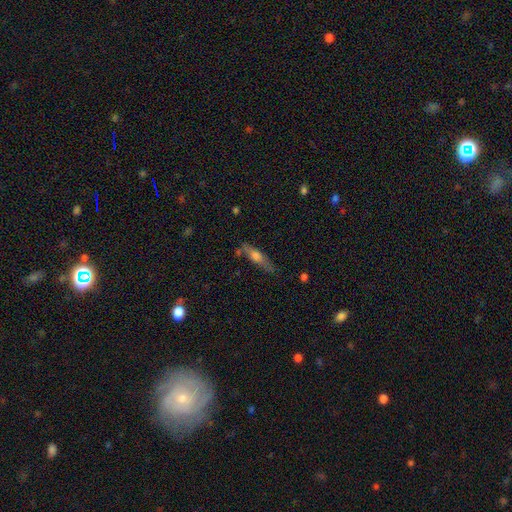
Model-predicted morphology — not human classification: The model was most divided on "smooth or featured": smooth: 48%, featured or disk: 45%, star or artifact: 8%. More confident: merging — none (68%).